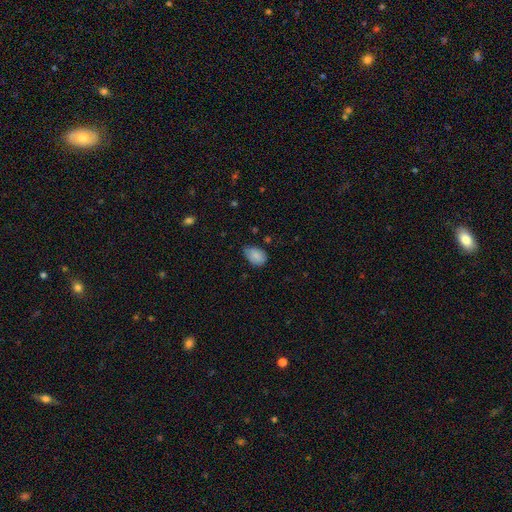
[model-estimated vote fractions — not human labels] Morphology: type=smooth (85%); roundness=in between (83%); merging=none (57%).